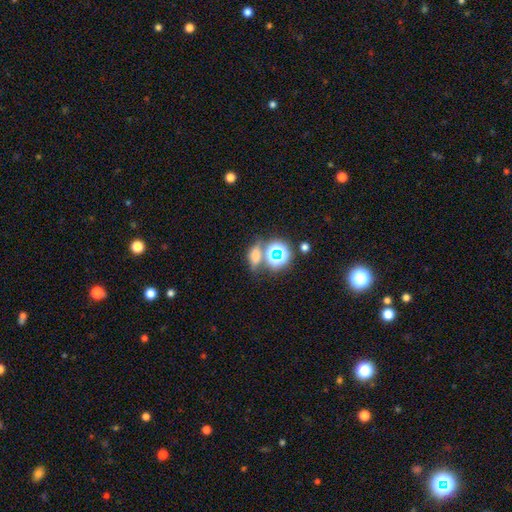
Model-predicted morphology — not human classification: Smooth or featured? smooth (57%)
How rounded? in between (64%)
Merging? none (58%)